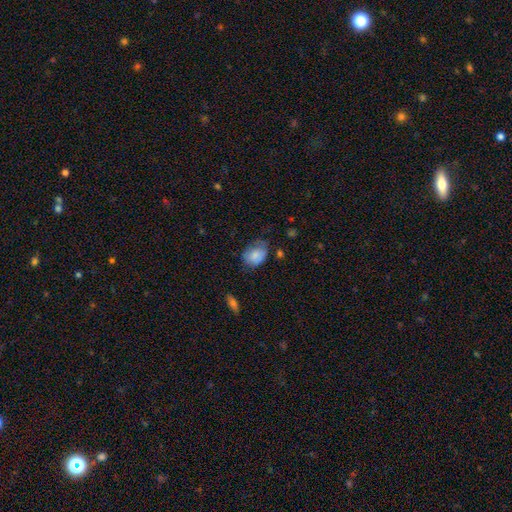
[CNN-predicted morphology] Smooth or featured: smooth — 79% (featured or disk — 13%)
How rounded: in between — 67% (round — 32%)
Merging: none — 51% (minor disturbance — 35%)